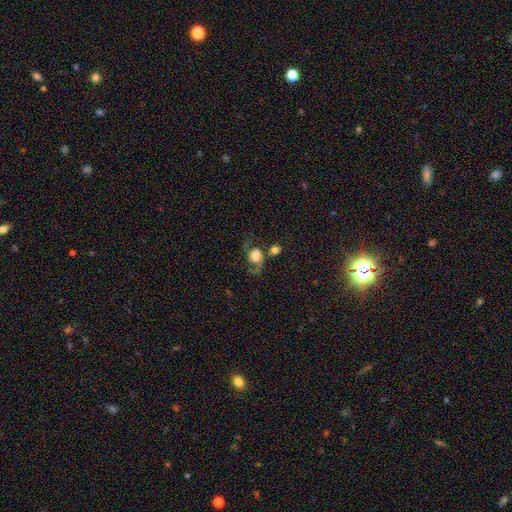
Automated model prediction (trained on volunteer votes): smooth_or_featured: featured or disk (p=0.48) [alt: smooth p=0.41]
merging: none (p=0.39) [alt: major disturbance p=0.25]